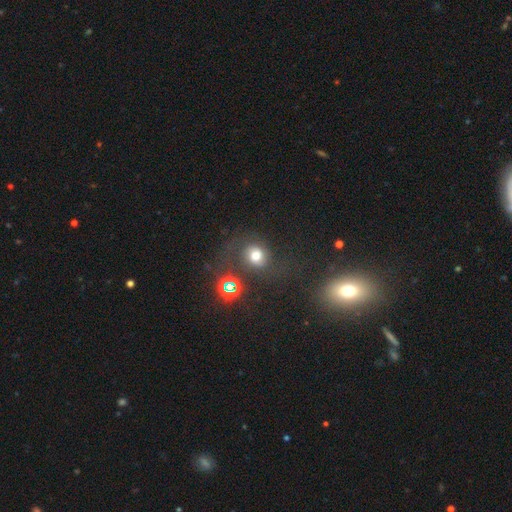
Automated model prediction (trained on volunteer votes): This appears to be a smooth galaxy with no disk features (62%) that is round (73%). Merging: none (61%).